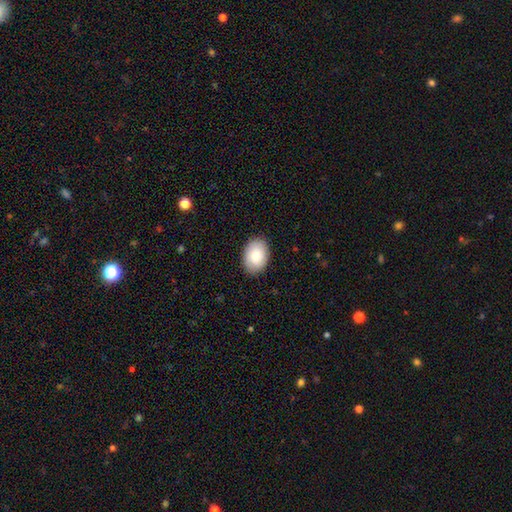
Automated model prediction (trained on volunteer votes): Q: Smooth or featured?
A: smooth (80%); runner-up: featured or disk (14%)
Q: How rounded?
A: in between (77%); runner-up: round (22%)
Q: Merging?
A: none (87%); runner-up: minor disturbance (10%)